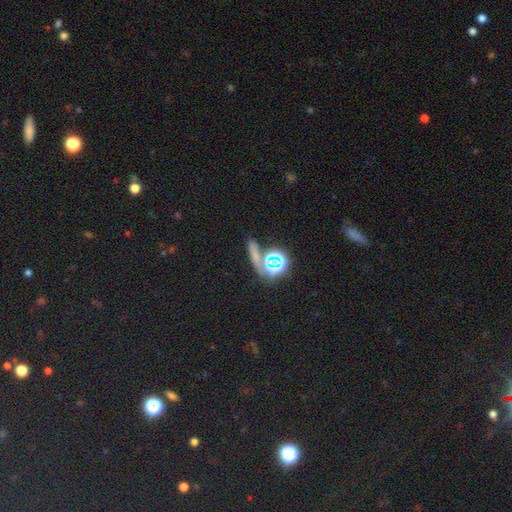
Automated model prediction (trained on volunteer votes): Smooth or featured?
  - star or artifact: 48% *
  - smooth: 40%
  - featured or disk: 12%